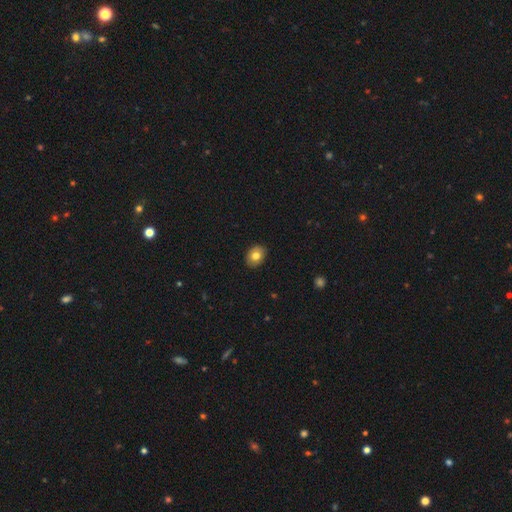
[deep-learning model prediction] smooth-or-featured: smooth: 79% | featured or disk: 12% | star or artifact: 8%
  how-rounded: in between: 66% | round: 33% | cigar-shaped: 1%
  merging: none: 90% | minor disturbance: 8% | major disturbance: 2% | merger: 1%